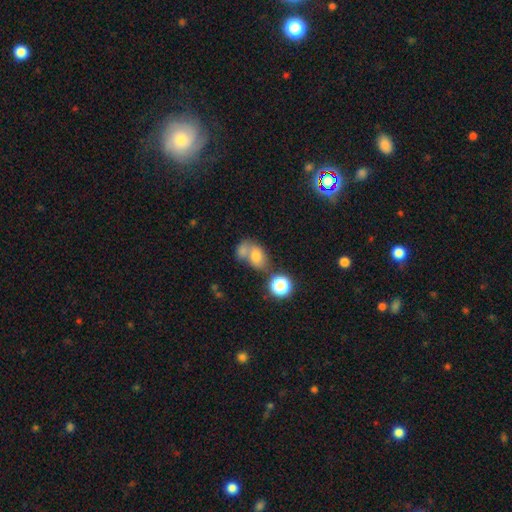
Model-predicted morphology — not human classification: Q: Smooth or featured?
A: smooth (71%); runner-up: featured or disk (16%)
Q: How rounded?
A: in between (72%); runner-up: round (27%)
Q: Merging?
A: merger (54%); runner-up: none (27%)